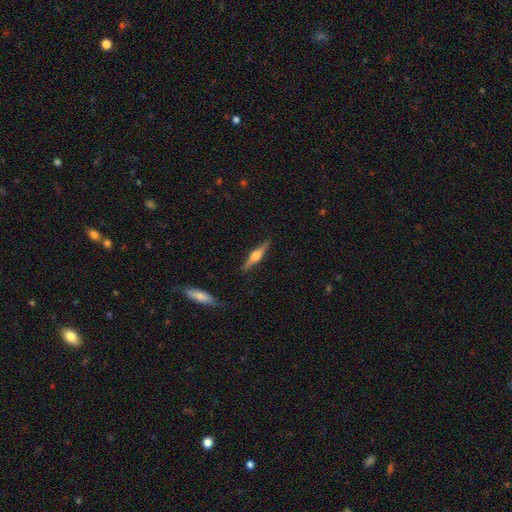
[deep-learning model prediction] A featured or disk galaxy (73%) viewed edge-on (98%) with a rounded central bulge (91%). Merging: none (88%).